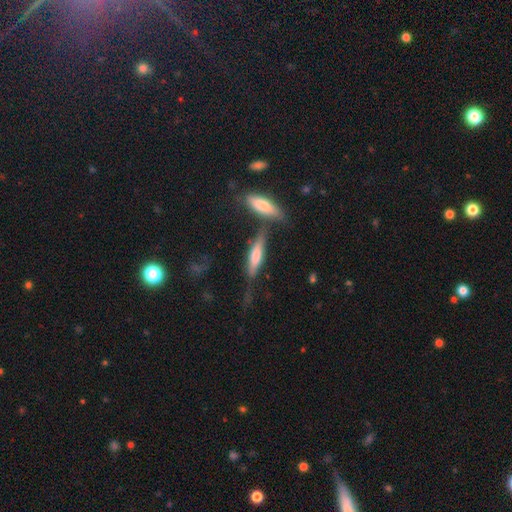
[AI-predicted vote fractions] This appears to be a smooth galaxy with no disk features (52%) that is cigar-shaped (74%). Merging: none (50%).